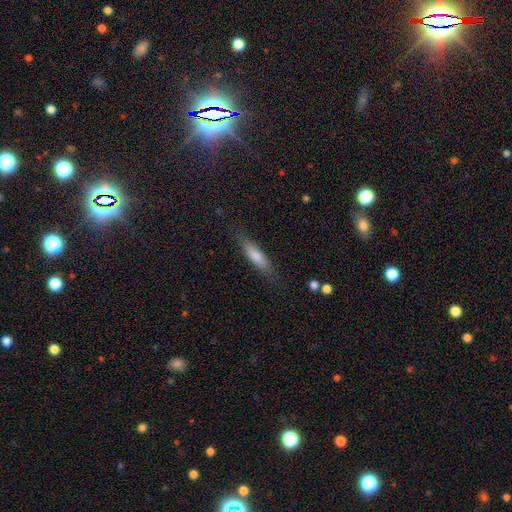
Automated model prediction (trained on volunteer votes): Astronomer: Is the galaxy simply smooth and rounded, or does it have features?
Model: smooth — 70%.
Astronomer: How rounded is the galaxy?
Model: cigar-shaped — 75%.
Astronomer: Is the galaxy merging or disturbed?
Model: none — 82%.